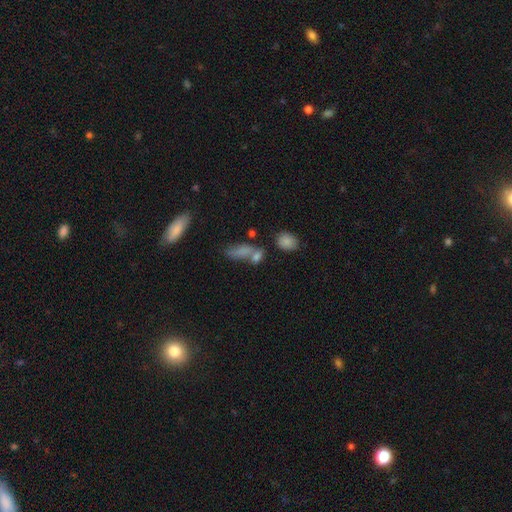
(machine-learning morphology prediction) Smooth or featured: smooth — 74% (featured or disk — 13%)
How rounded: in between — 71% (cigar-shaped — 20%)
Merging: none — 39% (merger — 37%)